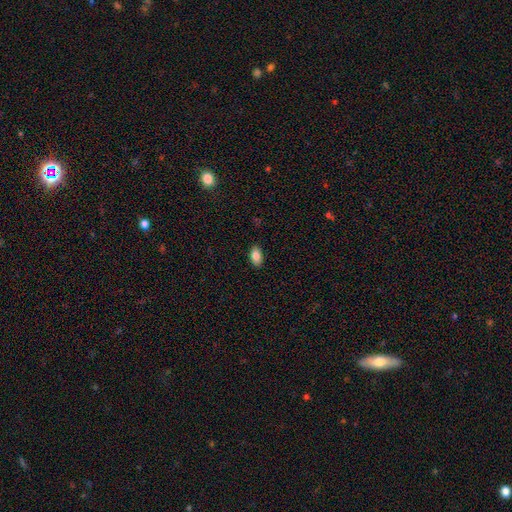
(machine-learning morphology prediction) The model was most divided on "smooth or featured": smooth: 86%, star or artifact: 8%, featured or disk: 6%. More confident: how rounded — in between (92%); merging — none (88%).